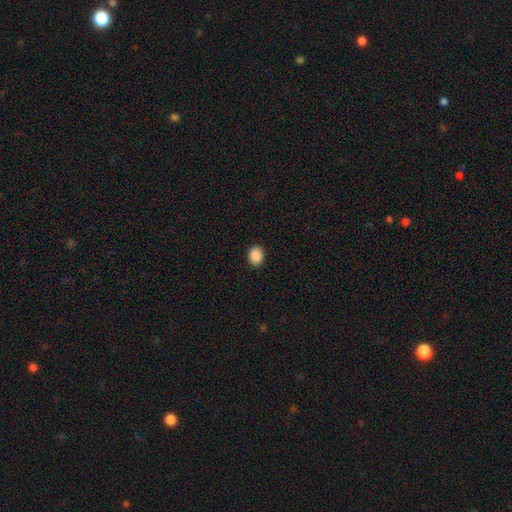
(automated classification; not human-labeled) Morphology: type=smooth (89%); roundness=in between (60%); merging=none (90%).